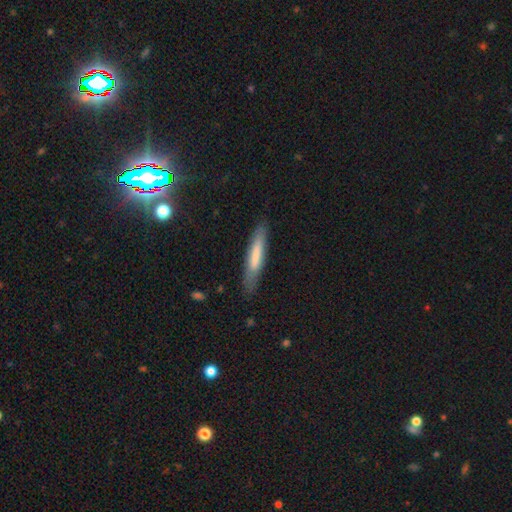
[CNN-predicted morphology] smooth_or_featured: smooth (p=0.70) [alt: featured or disk p=0.24]
how_rounded: cigar-shaped (p=0.89) [alt: in between p=0.10]
merging: none (p=0.82) [alt: minor disturbance p=0.14]